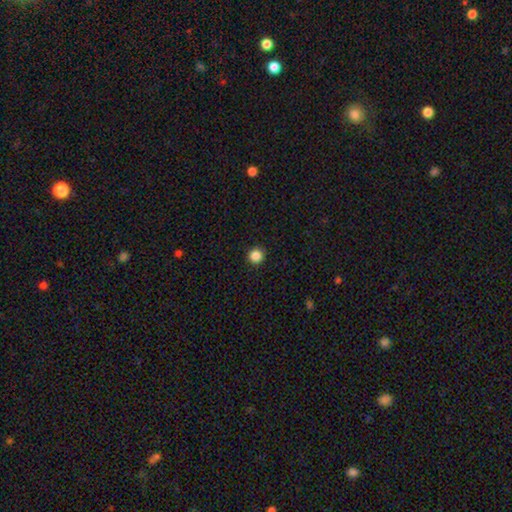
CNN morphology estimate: type=smooth (86%); roundness=round (95%); merging=none (93%).